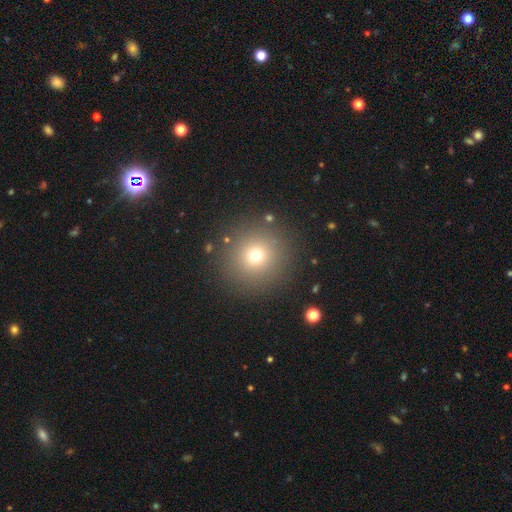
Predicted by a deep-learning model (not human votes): Smooth or featured? Predicted: smooth (p=0.70). How rounded? Predicted: round (p=0.96). Merging? Predicted: none (p=0.89).